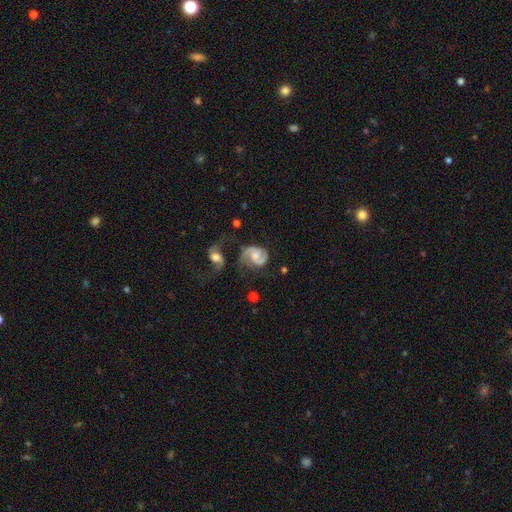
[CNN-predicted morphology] Smooth or featured: featured or disk — 81% (smooth — 13%)
Edge-on disk: no — 98% (yes — 2%)
Bar: no — 56% (weak — 38%)
Spiral arms: yes — 95% (no — 5%)
Spiral winding: medium — 51% (tight — 25%)
Spiral arm count: 2 — 87% (can't tell — 5%)
Bulge size: moderate — 47% (small — 28%)
Merging: none — 50% (minor disturbance — 21%)